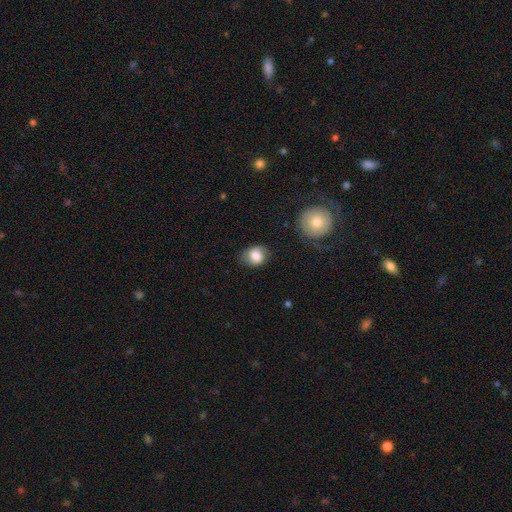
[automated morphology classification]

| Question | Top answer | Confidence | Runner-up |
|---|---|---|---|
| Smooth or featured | smooth | 69% | featured or disk (23%) |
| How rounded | round | 55% | in between (44%) |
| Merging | none | 65% | minor disturbance (25%) |